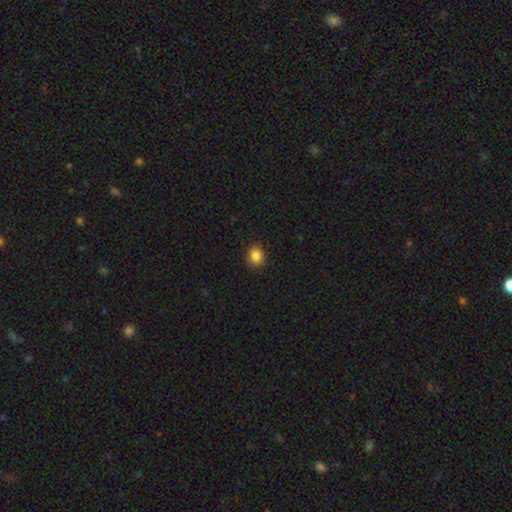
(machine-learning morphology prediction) Smooth or featured? smooth (86%)
How rounded? round (71%)
Merging? none (89%)